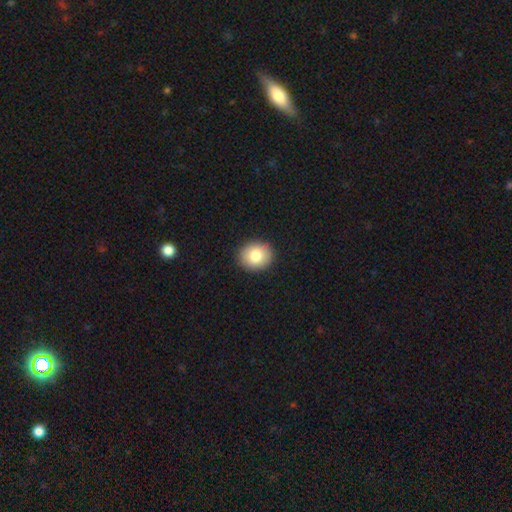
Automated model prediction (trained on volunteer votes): This is clearly a smooth galaxy (82%). How rounded: likely round (70%). Merging: clearly none (90%).